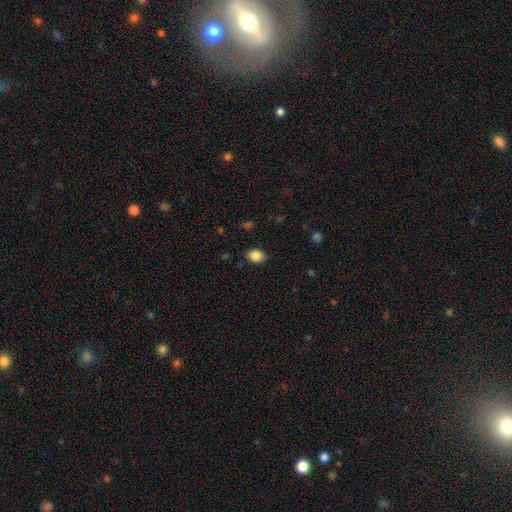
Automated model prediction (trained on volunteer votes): smooth_or_featured: smooth (p=0.86) [alt: star or artifact p=0.09]
how_rounded: in between (p=0.63) [alt: round p=0.36]
merging: none (p=0.83) [alt: minor disturbance p=0.13]